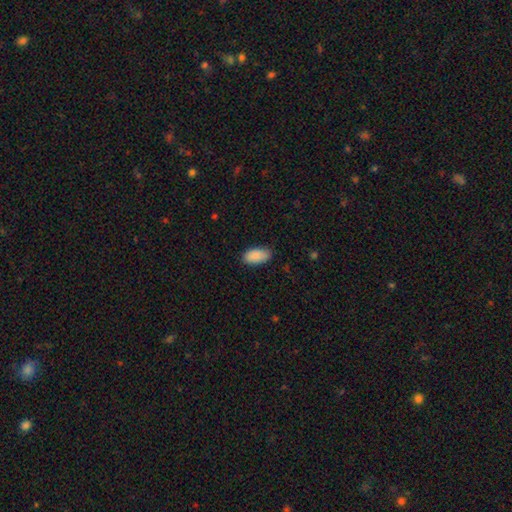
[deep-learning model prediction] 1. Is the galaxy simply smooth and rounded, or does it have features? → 90% smooth, 7% star or artifact, 3% featured or disk.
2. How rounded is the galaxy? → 94% in between, 3% cigar-shaped, 2% round.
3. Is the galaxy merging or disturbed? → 82% none, 14% minor disturbance, 3% major disturbance, 1% merger.